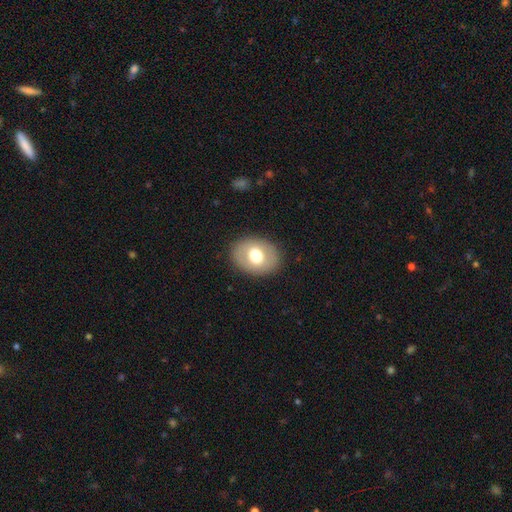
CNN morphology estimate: Smooth or featured: smooth — 65% (featured or disk — 27%)
How rounded: in between — 64% (round — 35%)
Merging: none — 87% (minor disturbance — 9%)